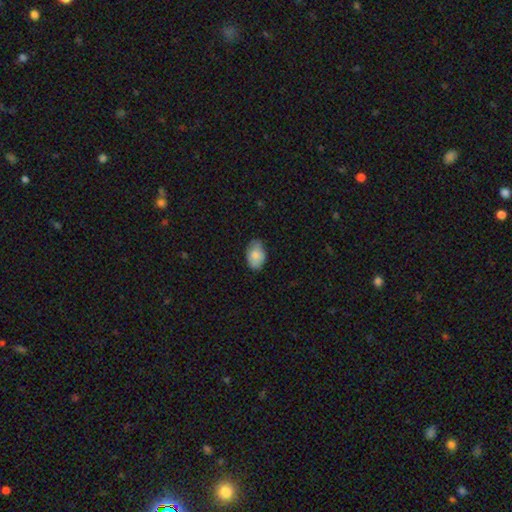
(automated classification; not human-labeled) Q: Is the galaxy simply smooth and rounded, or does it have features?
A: smooth — 82%.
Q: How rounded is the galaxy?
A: in between — 89%.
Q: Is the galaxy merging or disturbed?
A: none — 71%.